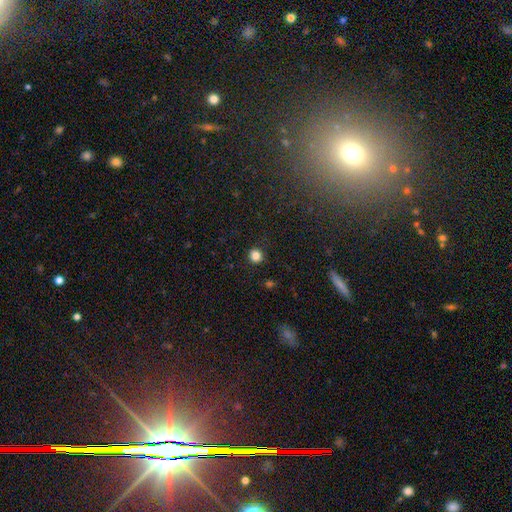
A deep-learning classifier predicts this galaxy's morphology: A smooth galaxy with no disk features (84%) that is round (91%). Merging: none (91%).